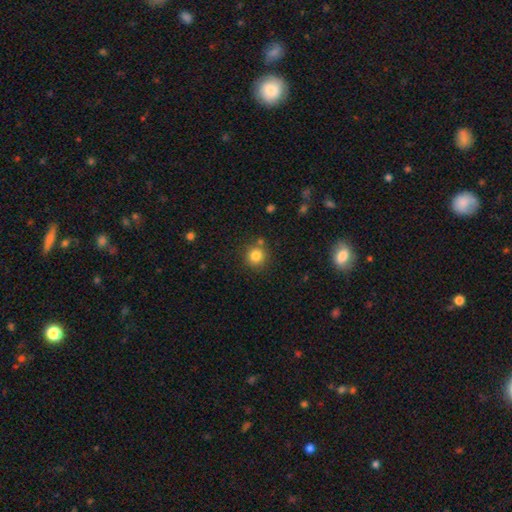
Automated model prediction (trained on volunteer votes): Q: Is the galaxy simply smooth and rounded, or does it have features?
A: smooth — 82%.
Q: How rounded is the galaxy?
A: round — 93%.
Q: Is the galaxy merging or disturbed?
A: none — 81%.